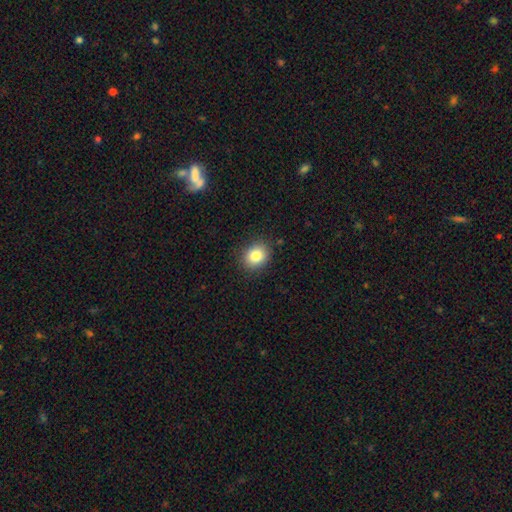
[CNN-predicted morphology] Q: Smooth or featured?
A: smooth (83%); runner-up: star or artifact (10%)
Q: How rounded?
A: round (59%); runner-up: in between (40%)
Q: Merging?
A: none (88%); runner-up: minor disturbance (9%)